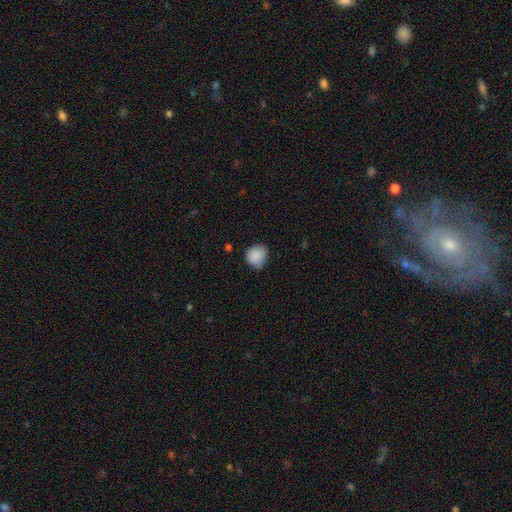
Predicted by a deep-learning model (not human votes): smooth-or-featured: smooth: 87% | star or artifact: 8% | featured or disk: 5%
  how-rounded: round: 77% | in between: 22% | cigar-shaped: 1%
  merging: none: 60% | minor disturbance: 33% | major disturbance: 5% | merger: 2%